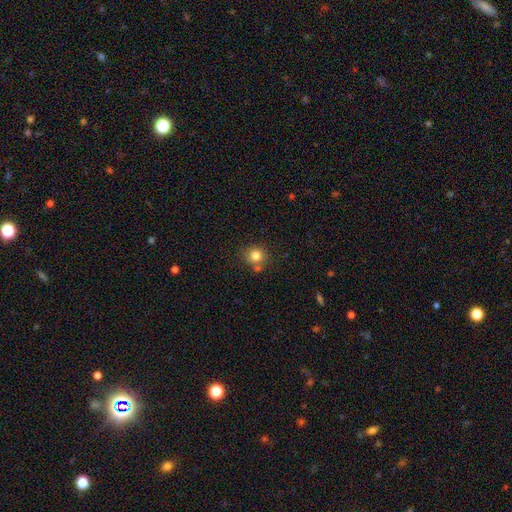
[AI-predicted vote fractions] Overall: smooth (81%). How rounded: round (87%). Merging: none (70%).